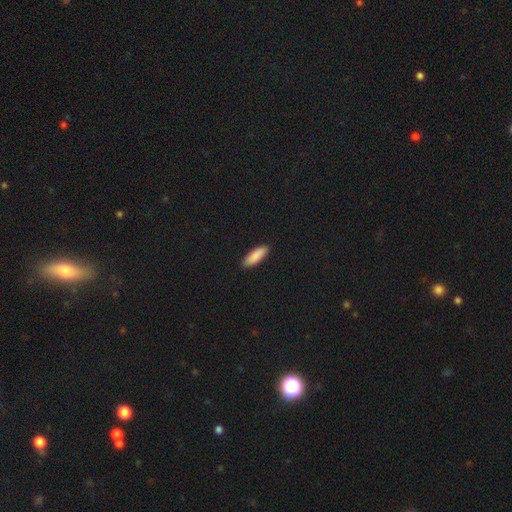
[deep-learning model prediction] This appears to be a smooth galaxy with no disk features (89%) that is in between round and cigar-shaped (56%). Merging: none (90%).